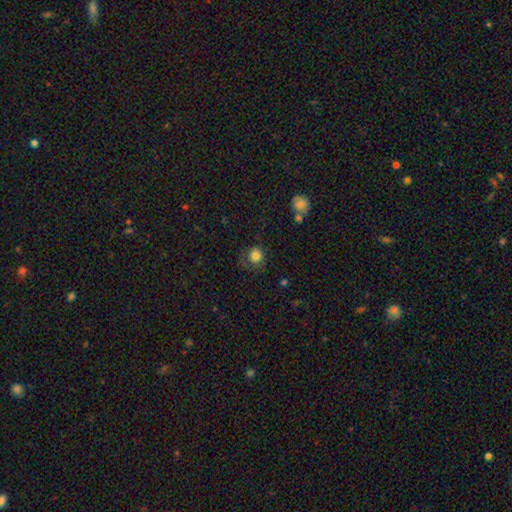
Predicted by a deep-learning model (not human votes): The model was most divided on "merging": none: 63%, minor disturbance: 22%, major disturbance: 13%, merger: 2%. More confident: how rounded — round (86%); smooth or featured — smooth (82%).